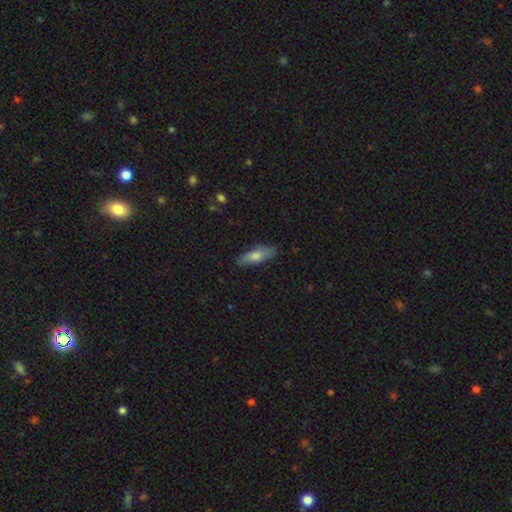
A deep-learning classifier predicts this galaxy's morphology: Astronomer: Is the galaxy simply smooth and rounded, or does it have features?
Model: smooth — 71%.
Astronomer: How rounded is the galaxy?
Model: in between — 54% (runner-up: cigar-shaped, 43%).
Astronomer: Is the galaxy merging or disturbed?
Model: none — 81%.